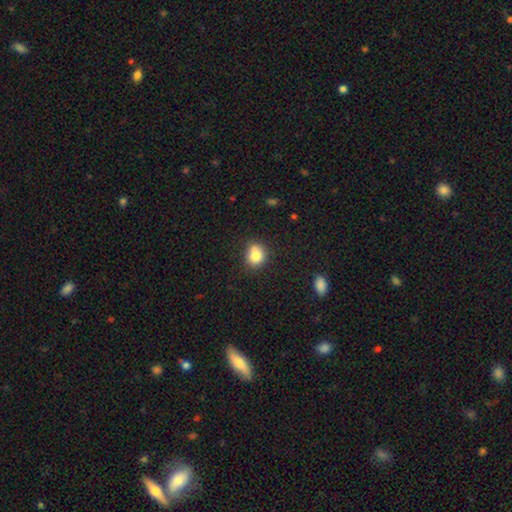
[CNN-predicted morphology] This appears to be a smooth galaxy with no disk features (80%) that is round (73%). Merging: none (64%).